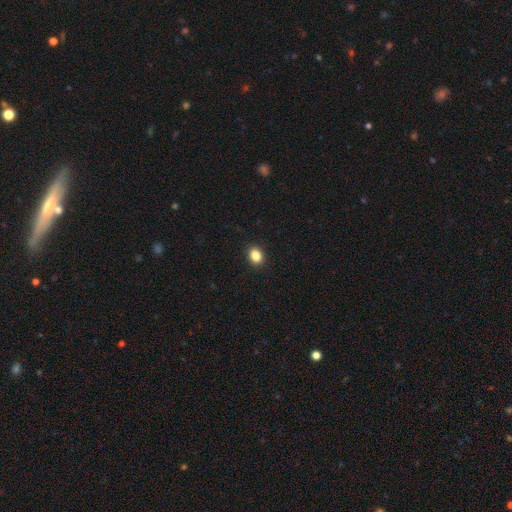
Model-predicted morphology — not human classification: This appears to be a smooth galaxy with no disk features (85%) that is in between round and cigar-shaped (53%). Merging: none (91%).